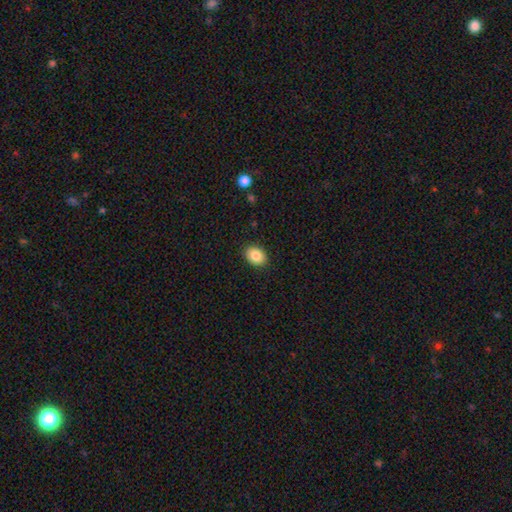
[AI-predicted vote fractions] Smooth or featured? smooth (85%)
How rounded? in between (72%)
Merging? none (90%)